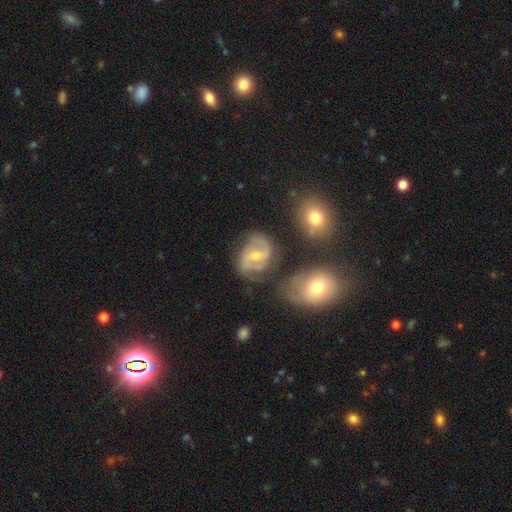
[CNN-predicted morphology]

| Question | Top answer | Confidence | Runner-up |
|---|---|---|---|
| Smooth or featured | featured or disk | 80% | smooth (13%) |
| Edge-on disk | no | 97% | yes (3%) |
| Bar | weak | 52% | no (26%) |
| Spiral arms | yes | 93% | no (7%) |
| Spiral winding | medium | 53% | loose (26%) |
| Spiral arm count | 2 | 84% | can't tell (6%) |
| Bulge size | moderate | 51% | small (44%) |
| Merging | none | 63% | minor disturbance (20%) |